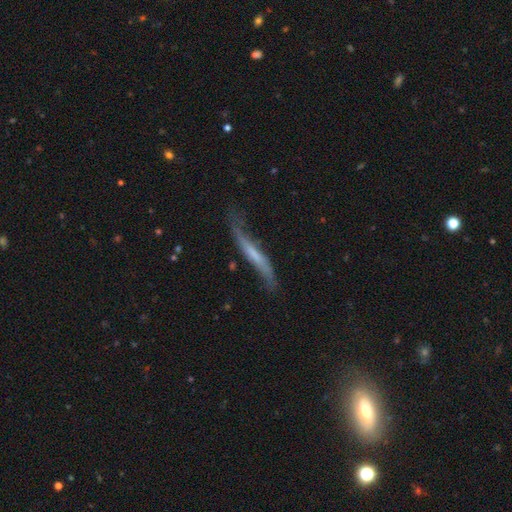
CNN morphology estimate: type=featured or disk (65%); edge-on=yes (65%); merging=none (60%).